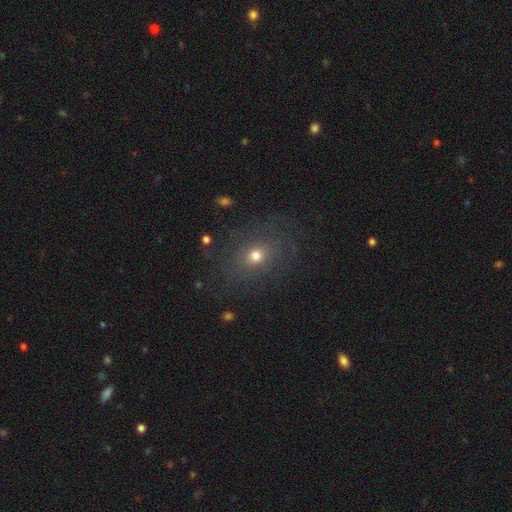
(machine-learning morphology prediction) A smooth galaxy with no disk features (61%) that is round (55%). Merging: none (76%).